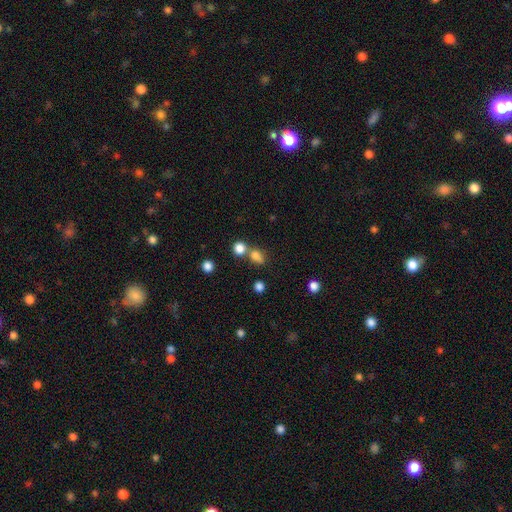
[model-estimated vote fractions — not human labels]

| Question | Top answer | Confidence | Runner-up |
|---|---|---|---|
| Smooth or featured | smooth | 78% | star or artifact (15%) |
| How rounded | round | 53% | in between (45%) |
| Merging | none | 49% | merger (36%) |